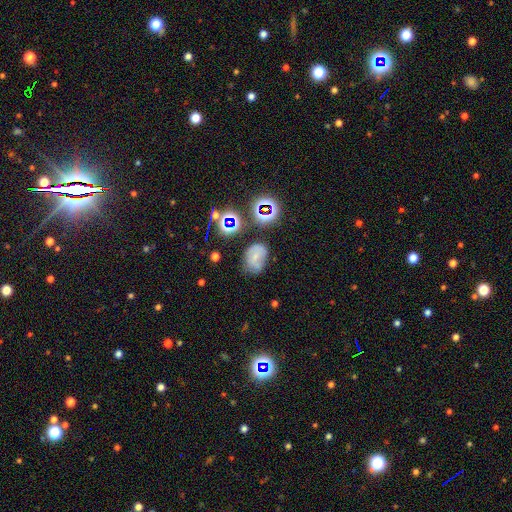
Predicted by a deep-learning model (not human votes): Q: Smooth or featured?
A: smooth (43%); runner-up: featured or disk (36%)
Q: Merging?
A: none (54%); runner-up: minor disturbance (28%)